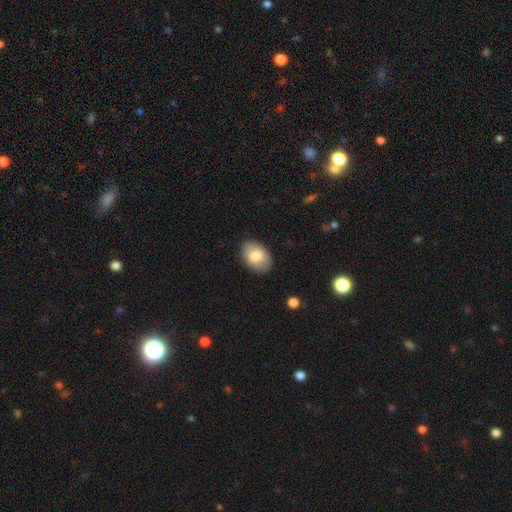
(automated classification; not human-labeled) Morphology: type=smooth (77%); roundness=in between (86%); merging=none (86%).